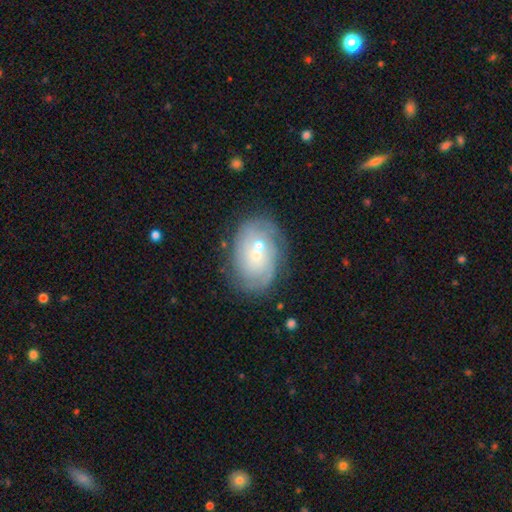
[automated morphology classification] smooth_or_featured: featured or disk (p=0.68) [alt: smooth p=0.24]
disk_edge_on: no (p=0.97) [alt: yes p=0.03]
bar: no (p=0.75) [alt: weak p=0.21]
has_spiral_arms: yes (p=0.84) [alt: no p=0.16]
spiral_winding: tight (p=0.63) [alt: medium p=0.27]
spiral_arm_count: can't tell (p=0.44) [alt: 2 p=0.26]
bulge_size: small (p=0.68) [alt: moderate p=0.27]
merging: none (p=0.59) [alt: merger p=0.18]